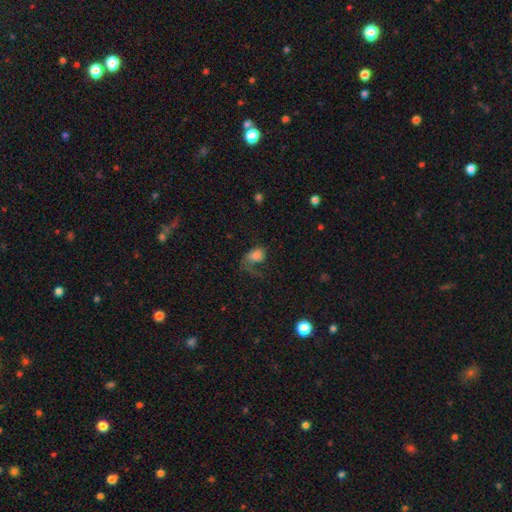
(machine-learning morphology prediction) Smooth or featured?
  - smooth: 62% *
  - featured or disk: 26%
  - star or artifact: 11%
How rounded?
  - in between: 67% *
  - round: 31%
  - cigar-shaped: 2%
Merging?
  - major disturbance: 53% *
  - none: 25%
  - minor disturbance: 18%
  - merger: 4%